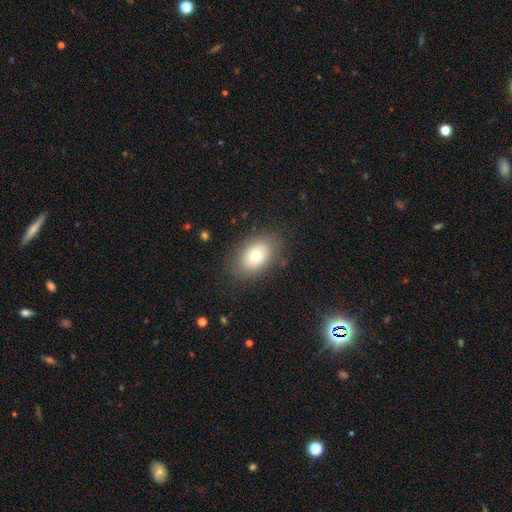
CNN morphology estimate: Smooth or featured: smooth — 68% (featured or disk — 23%)
How rounded: in between — 79% (round — 20%)
Merging: none — 81% (minor disturbance — 13%)